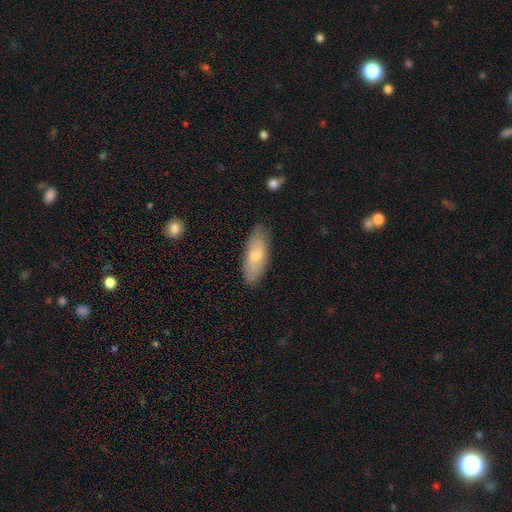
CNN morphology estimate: smooth-or-featured: smooth: 74% | featured or disk: 21% | star or artifact: 6%
  how-rounded: in between: 74% | cigar-shaped: 24% | round: 2%
  merging: none: 83% | minor disturbance: 13% | major disturbance: 2% | merger: 1%